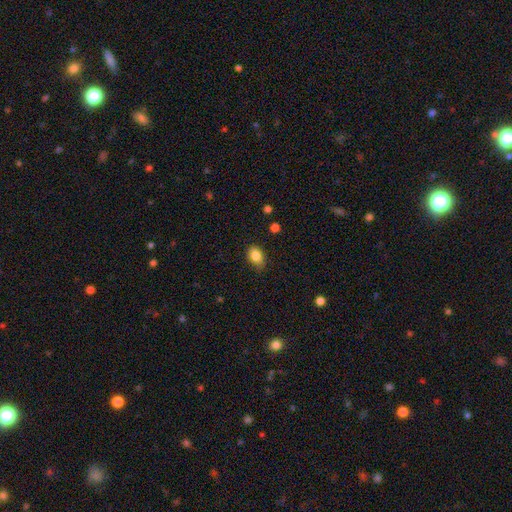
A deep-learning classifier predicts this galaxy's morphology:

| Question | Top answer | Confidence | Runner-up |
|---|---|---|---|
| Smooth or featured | smooth | 84% | star or artifact (9%) |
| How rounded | in between | 73% | round (26%) |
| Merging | none | 71% | minor disturbance (23%) |